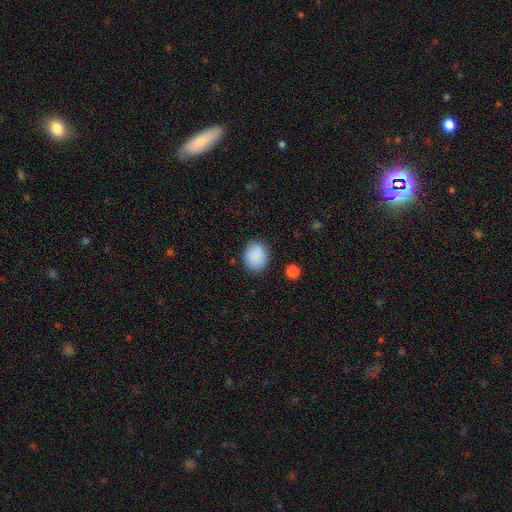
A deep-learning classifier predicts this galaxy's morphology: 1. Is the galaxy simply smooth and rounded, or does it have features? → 89% smooth, 7% star or artifact, 3% featured or disk.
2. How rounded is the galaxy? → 51% in between, 48% round, 1% cigar-shaped.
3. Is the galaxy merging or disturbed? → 85% none, 10% minor disturbance, 3% major disturbance, 1% merger.